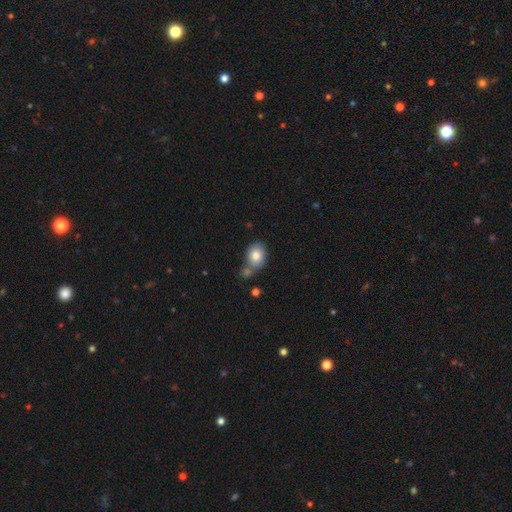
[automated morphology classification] This is clearly a smooth galaxy (81%). How rounded: possibly in between (53%). Merging: possibly none (53%).